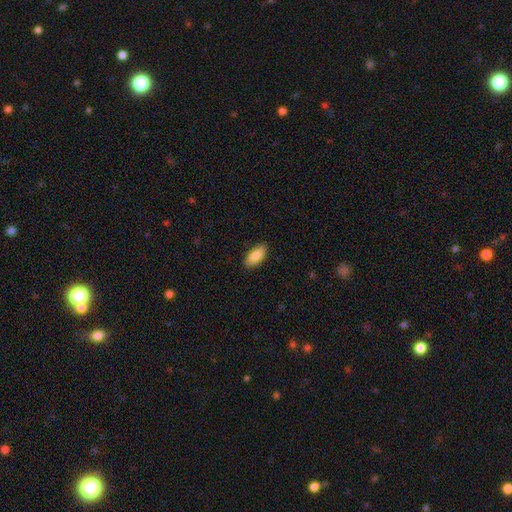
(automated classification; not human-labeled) Smooth or featured? Predicted: smooth (p=0.88). How rounded? Predicted: in between (p=0.87). Merging? Predicted: none (p=0.88).